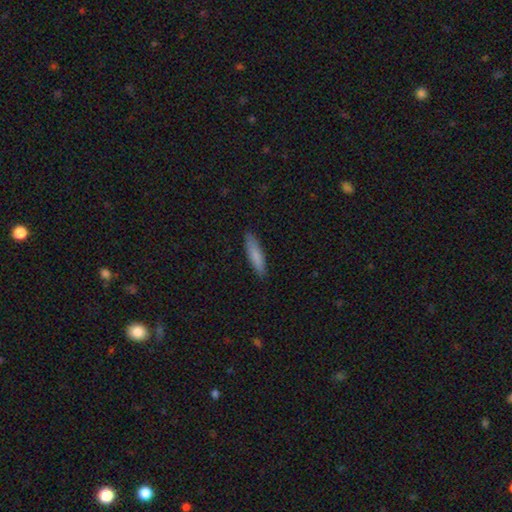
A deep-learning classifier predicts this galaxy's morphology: A smooth galaxy with no disk features (82%) that is cigar-shaped (78%). Merging: none (88%).